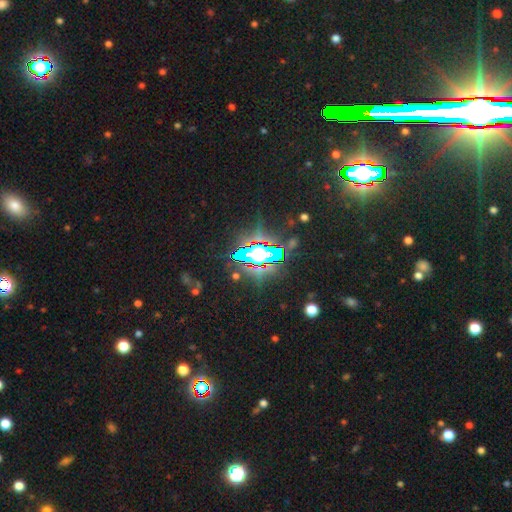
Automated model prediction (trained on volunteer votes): Overall: star or artifact (73%).